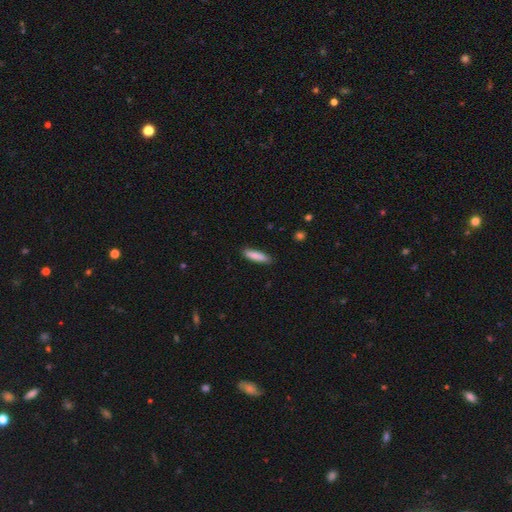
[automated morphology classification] Smooth or featured?
  - smooth: 86% *
  - featured or disk: 8%
  - star or artifact: 6%
How rounded?
  - cigar-shaped: 74% *
  - in between: 25%
  - round: 1%
Merging?
  - none: 85% *
  - minor disturbance: 12%
  - major disturbance: 2%
  - merger: 1%